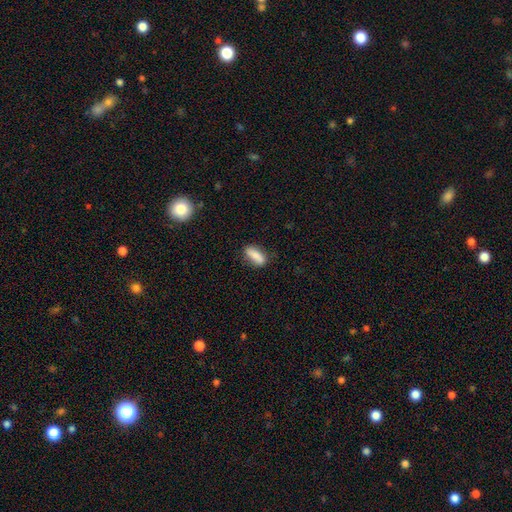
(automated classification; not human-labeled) Morphology: type=smooth (79%); roundness=in between (65%); merging=none (78%).